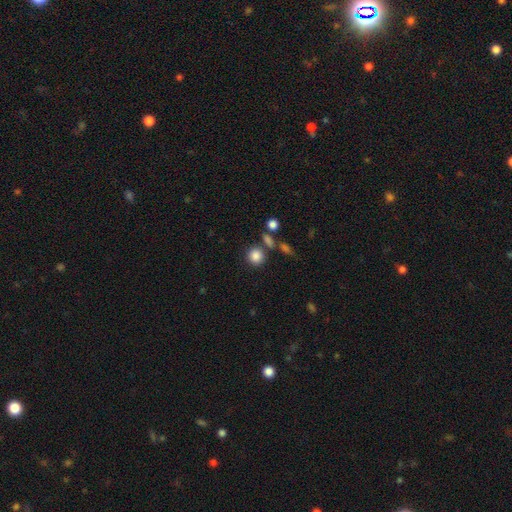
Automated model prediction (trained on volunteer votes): This is clearly a smooth galaxy (84%). How rounded: clearly round (86%). Merging: likely none (74%).